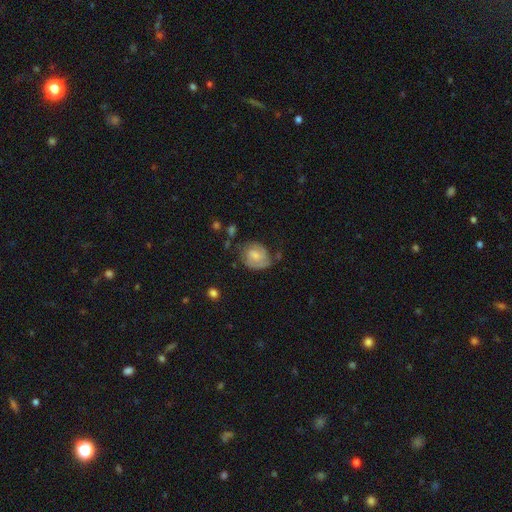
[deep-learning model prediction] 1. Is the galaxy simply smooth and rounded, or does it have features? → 49% featured or disk, 44% smooth, 7% star or artifact.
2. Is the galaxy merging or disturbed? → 54% none, 28% minor disturbance, 14% major disturbance, 4% merger.